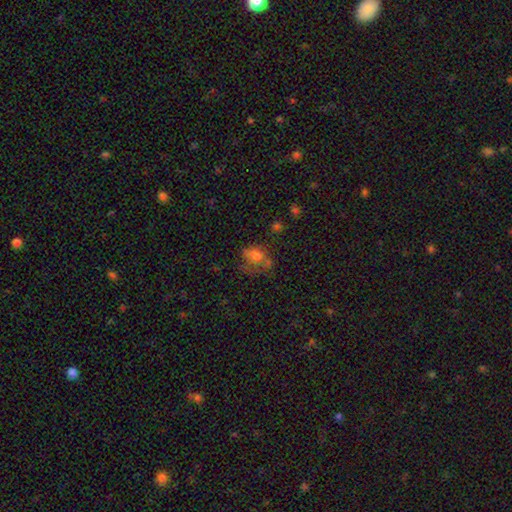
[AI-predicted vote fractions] smooth-or-featured: smooth: 60% | featured or disk: 22% | star or artifact: 18%
  how-rounded: in between: 64% | round: 34% | cigar-shaped: 2%
  merging: major disturbance: 32% | none: 31% | minor disturbance: 23% | merger: 14%